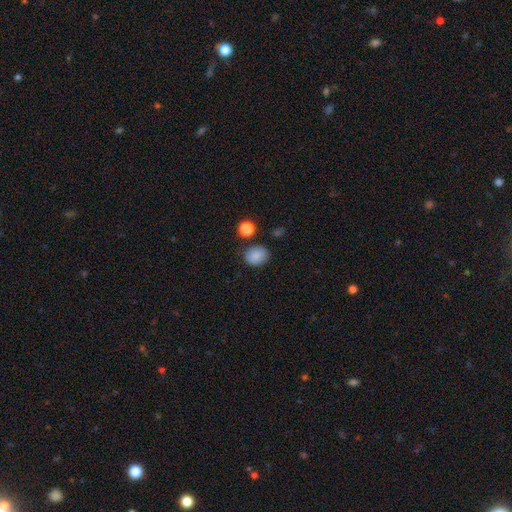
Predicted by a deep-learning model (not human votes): The model was most divided on "how rounded": round: 53%, in between: 46%, cigar-shaped: 1%. More confident: smooth or featured — smooth (86%); merging — none (79%).